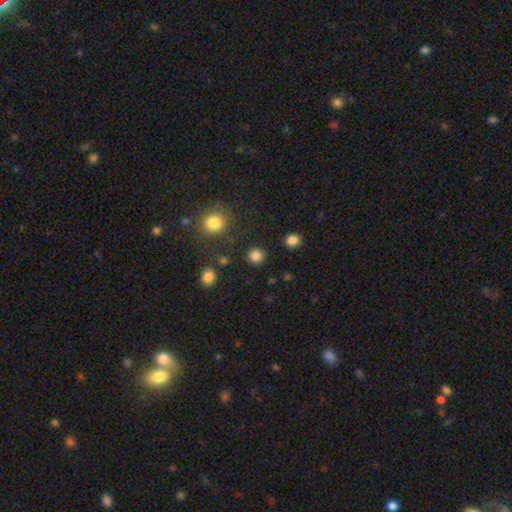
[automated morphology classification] A smooth galaxy with no disk features (84%) that is round (92%). Merging: none (89%).